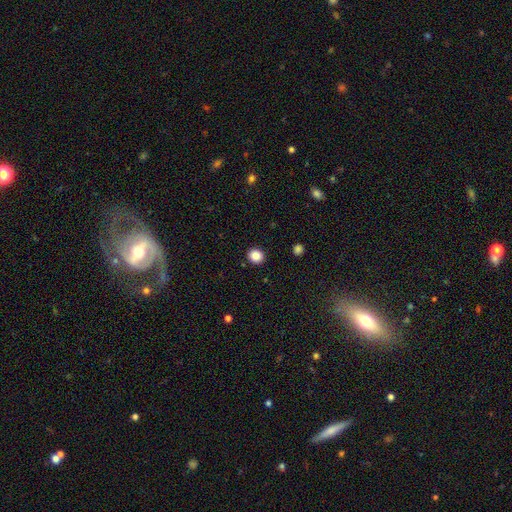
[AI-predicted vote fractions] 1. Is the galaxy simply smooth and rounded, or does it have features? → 87% smooth, 10% star or artifact, 3% featured or disk.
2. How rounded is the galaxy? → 83% round, 16% in between, 1% cigar-shaped.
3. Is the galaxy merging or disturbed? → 92% none, 5% minor disturbance, 2% major disturbance, 1% merger.